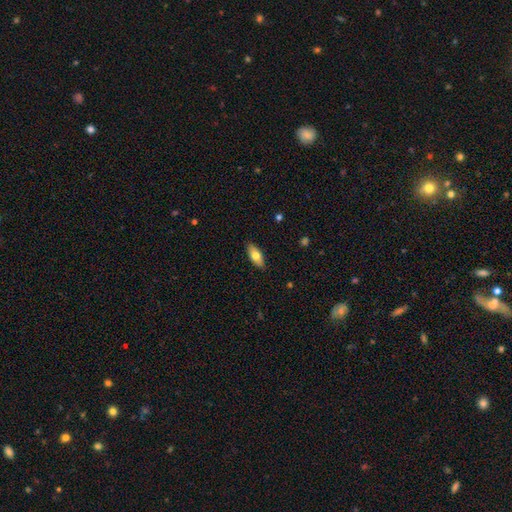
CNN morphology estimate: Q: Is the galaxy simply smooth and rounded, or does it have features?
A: smooth — 71%.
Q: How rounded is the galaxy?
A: in between — 84%.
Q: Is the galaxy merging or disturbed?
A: none — 88%.